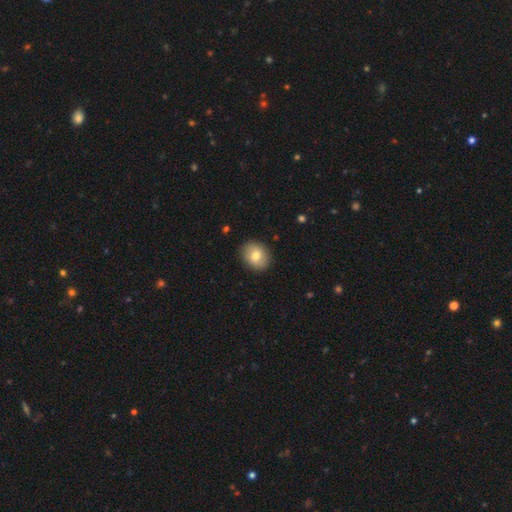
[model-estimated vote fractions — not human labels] Smooth or featured?
  - smooth: 76% *
  - featured or disk: 16%
  - star or artifact: 8%
How rounded?
  - round: 61% *
  - in between: 38%
  - cigar-shaped: 1%
Merging?
  - none: 88% *
  - minor disturbance: 9%
  - major disturbance: 2%
  - merger: 1%